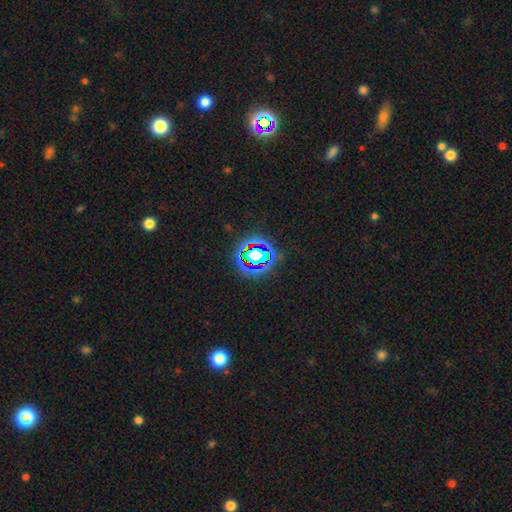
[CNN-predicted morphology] Smooth or featured: star or artifact — 64% (smooth — 22%)